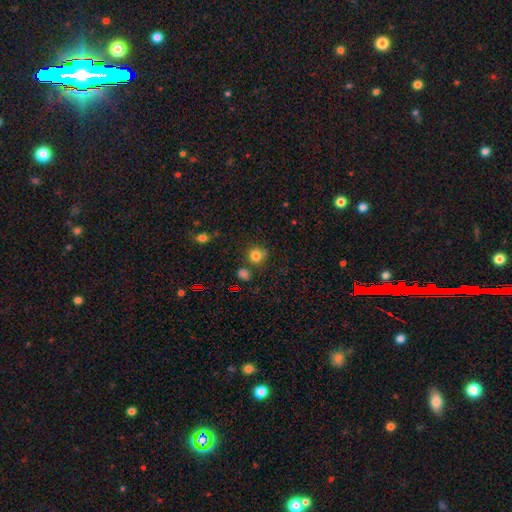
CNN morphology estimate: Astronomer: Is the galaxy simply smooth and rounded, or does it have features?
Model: smooth — 80%.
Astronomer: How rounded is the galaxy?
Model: round — 89%.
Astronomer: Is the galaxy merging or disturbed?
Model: none — 73%.